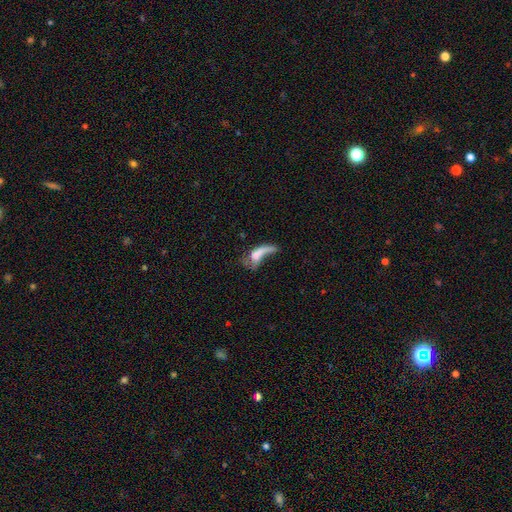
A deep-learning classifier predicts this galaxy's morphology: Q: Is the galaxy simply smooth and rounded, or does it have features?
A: featured or disk — 48%.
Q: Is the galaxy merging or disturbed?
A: major disturbance — 41%.